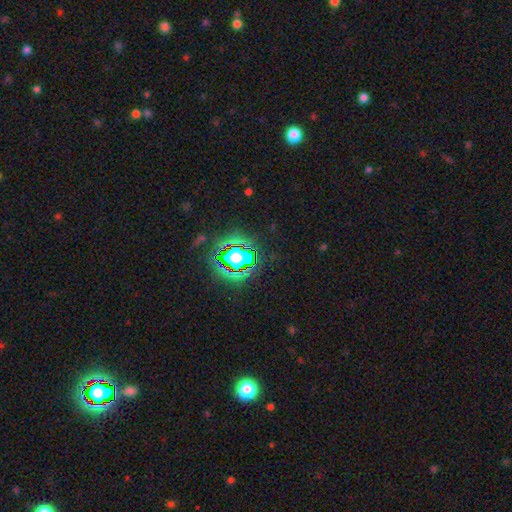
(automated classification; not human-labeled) star or artifact 80%, smooth 12%, featured or disk 8%.